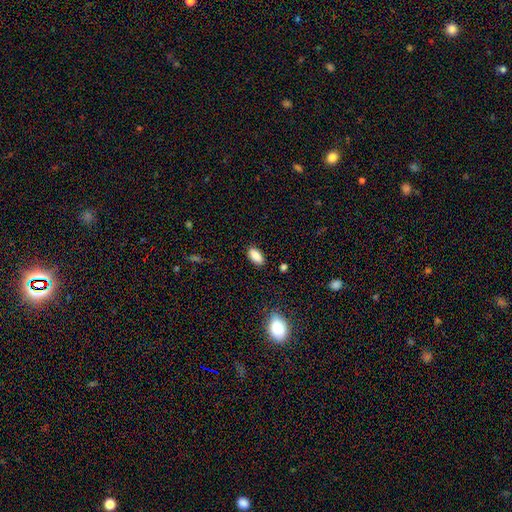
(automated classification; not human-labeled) Smooth or featured?
  - smooth: 88% *
  - star or artifact: 8%
  - featured or disk: 4%
How rounded?
  - in between: 90% *
  - cigar-shaped: 7%
  - round: 3%
Merging?
  - none: 87% *
  - minor disturbance: 10%
  - major disturbance: 2%
  - merger: 1%